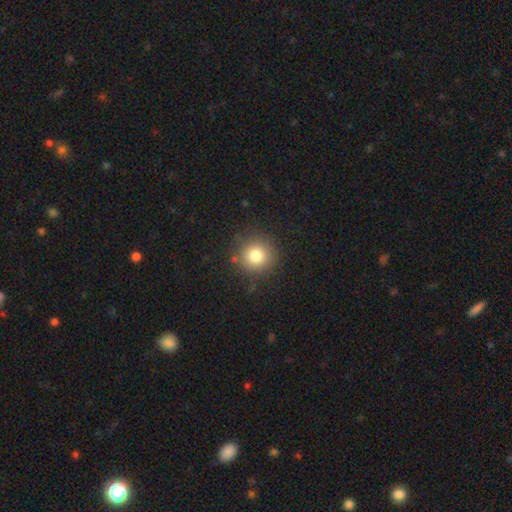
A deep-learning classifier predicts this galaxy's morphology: smooth-or-featured: smooth: 80% | star or artifact: 12% | featured or disk: 8%
  how-rounded: round: 93% | in between: 6% | cigar-shaped: 1%
  merging: none: 86% | minor disturbance: 9% | major disturbance: 3% | merger: 2%